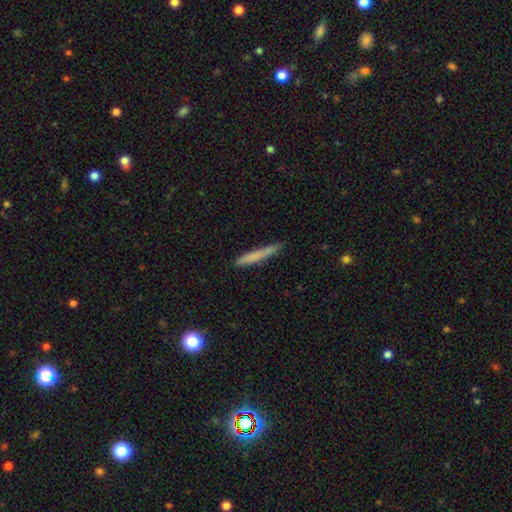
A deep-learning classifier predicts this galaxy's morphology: Smooth or featured?
  - smooth: 72% *
  - featured or disk: 21%
  - star or artifact: 6%
How rounded?
  - cigar-shaped: 96% *
  - in between: 3%
  - round: 1%
Merging?
  - none: 87% *
  - minor disturbance: 10%
  - major disturbance: 2%
  - merger: 1%